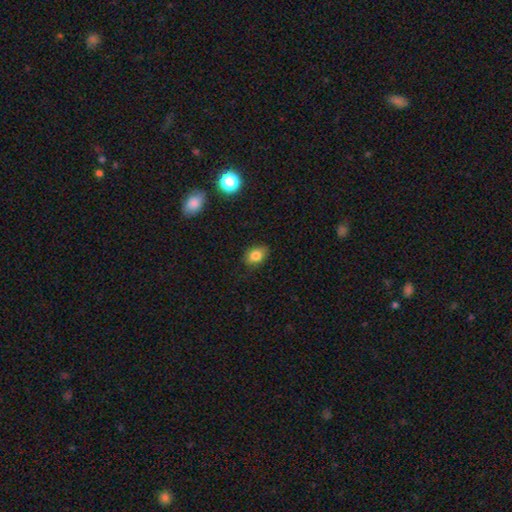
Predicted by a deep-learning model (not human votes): Smooth or featured?
  - smooth: 82% *
  - star or artifact: 10%
  - featured or disk: 7%
How rounded?
  - in between: 73% *
  - round: 26%
  - cigar-shaped: 1%
Merging?
  - none: 82% *
  - minor disturbance: 14%
  - major disturbance: 3%
  - merger: 1%